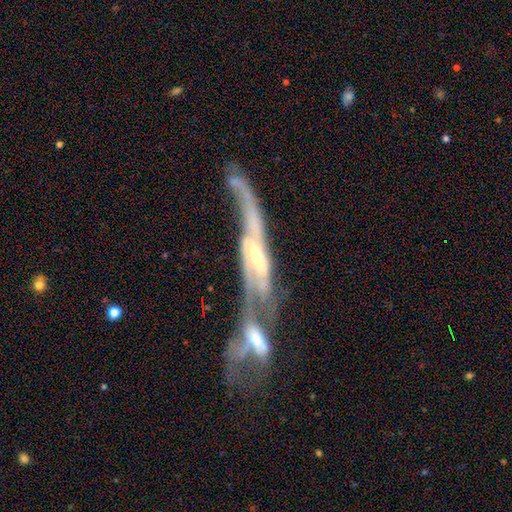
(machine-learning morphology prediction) Smooth or featured? Predicted: featured or disk (p=0.84). Edge-on disk? Predicted: no (p=0.69). Bar? Predicted: strong (p=0.36). Spiral arms? Predicted: yes (p=0.87). Spiral winding? Predicted: loose (p=0.53). Spiral arm count? Predicted: 2 (p=0.73). Bulge size? Predicted: small (p=0.53). Merging? Predicted: merger (p=0.72).